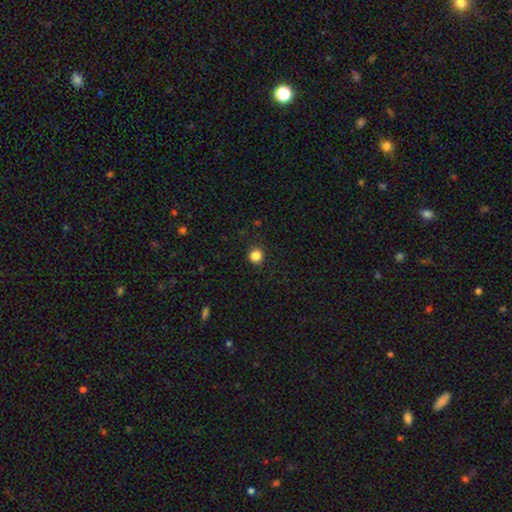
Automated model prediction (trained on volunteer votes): This is clearly a smooth galaxy (85%). How rounded: clearly round (93%). Merging: clearly none (91%).